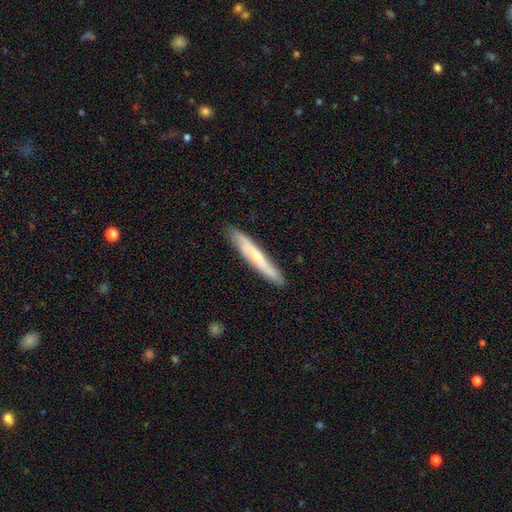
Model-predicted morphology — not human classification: A smooth galaxy with no disk features (51%) that is cigar-shaped (94%).

Vote fractions:
- Smooth or featured? smooth: 51% / featured or disk: 44% / star or artifact: 6%
- How rounded? cigar-shaped: 94% / in between: 5% / round: 1%
- Merging? none: 86% / minor disturbance: 11% / major disturbance: 2% / merger: 1%